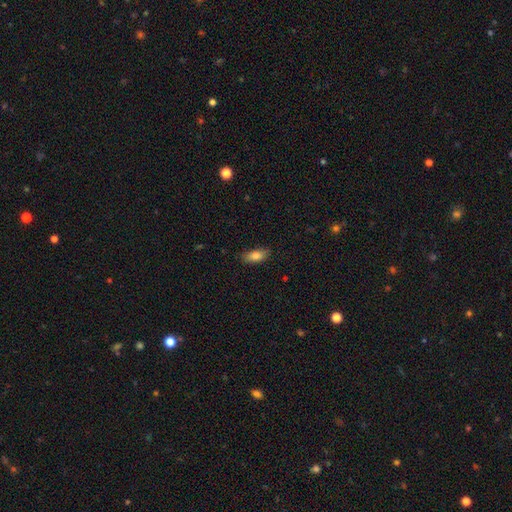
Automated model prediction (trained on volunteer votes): This is clearly a smooth galaxy (81%). How rounded: clearly in between (83%). Merging: clearly none (85%).